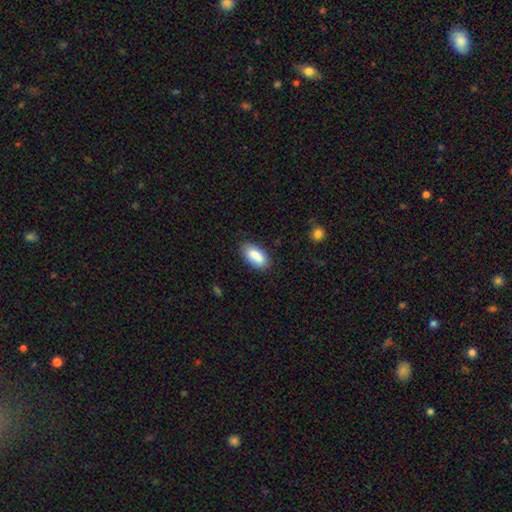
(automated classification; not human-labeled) This is clearly a smooth galaxy (86%). How rounded: clearly in between (91%). Merging: clearly none (81%).